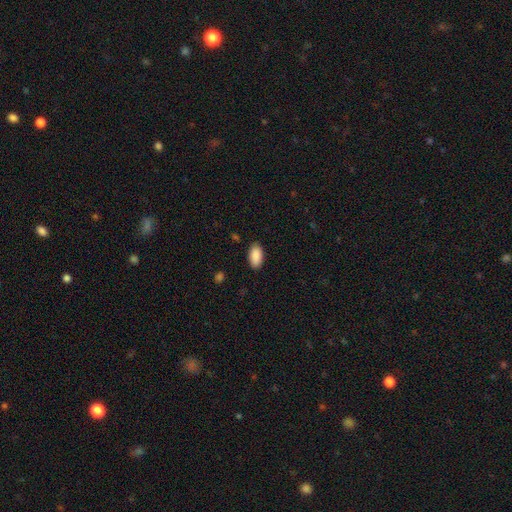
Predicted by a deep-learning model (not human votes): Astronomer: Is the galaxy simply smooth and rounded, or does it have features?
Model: smooth — 90%.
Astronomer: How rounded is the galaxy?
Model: in between — 94%.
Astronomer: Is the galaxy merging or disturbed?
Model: none — 87%.